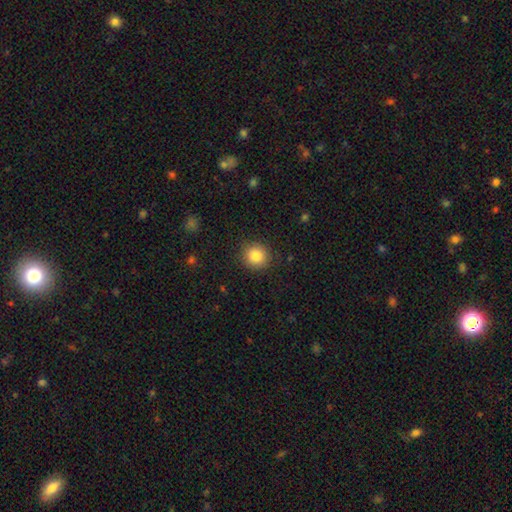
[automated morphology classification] A smooth galaxy with no disk features (85%) that is round (87%). Merging: none (89%).